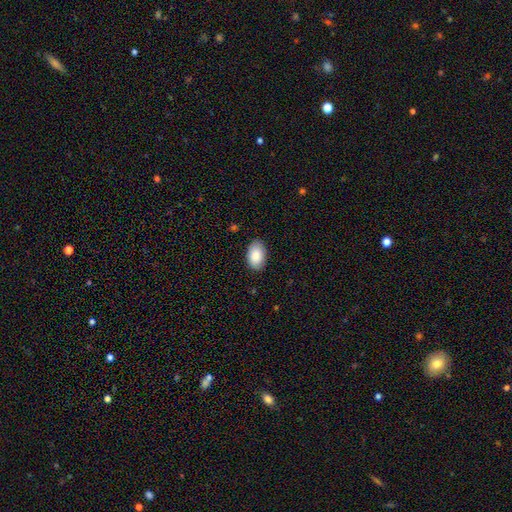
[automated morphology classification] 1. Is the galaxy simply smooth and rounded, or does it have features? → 87% smooth, 7% featured or disk, 6% star or artifact.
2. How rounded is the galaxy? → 93% in between, 6% round, 1% cigar-shaped.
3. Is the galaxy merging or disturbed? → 85% none, 11% minor disturbance, 2% major disturbance, 1% merger.